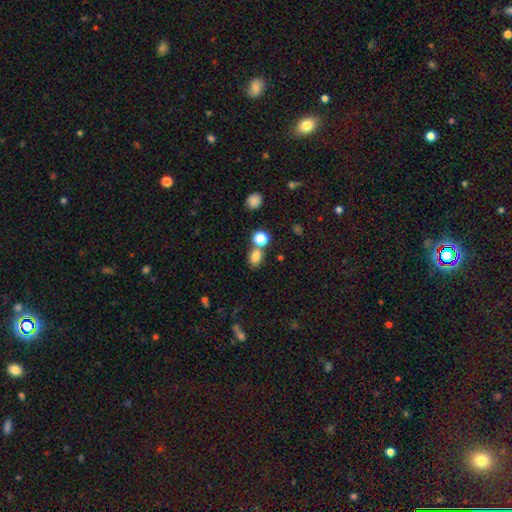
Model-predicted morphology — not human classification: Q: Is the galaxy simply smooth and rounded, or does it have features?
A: smooth — 78%.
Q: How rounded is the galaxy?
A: in between — 53%.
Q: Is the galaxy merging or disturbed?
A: none — 60%.